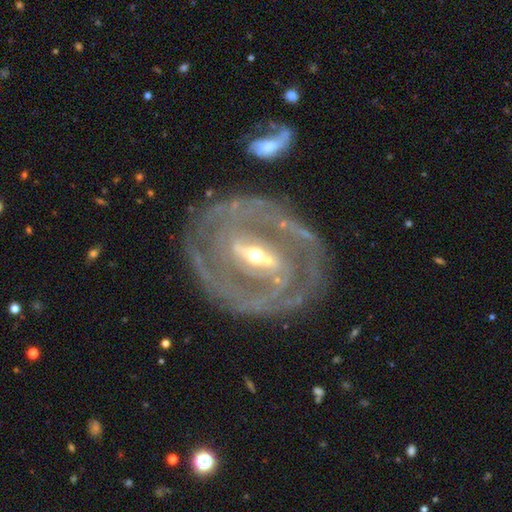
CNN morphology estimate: featured or disk 90%, smooth 5%, star or artifact 5%. Down the decision tree: edge-on disk — no (95%); bar — strong (55%); spiral arms — yes (94%); spiral arm count — 2 (60%); spiral winding — tight (60%); bulge size — moderate (49%); merging — none (75%).